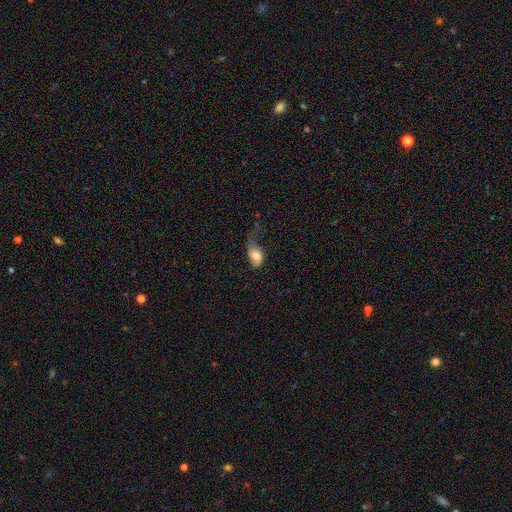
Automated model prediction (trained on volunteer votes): Morphology: type=smooth (68%); roundness=in between (81%); merging=major disturbance (42%).